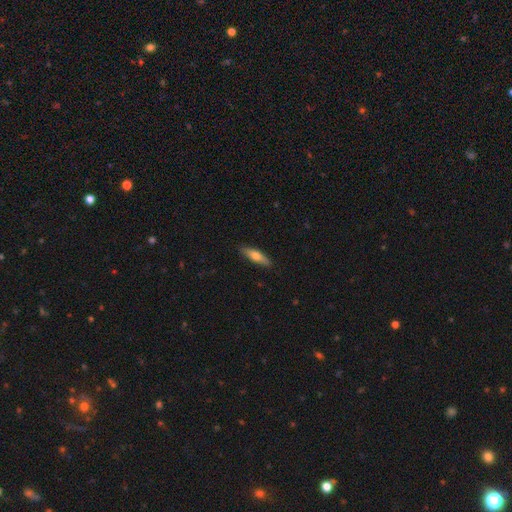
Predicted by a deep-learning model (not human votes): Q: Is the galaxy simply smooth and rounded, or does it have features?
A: smooth — 62%.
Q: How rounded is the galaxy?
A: cigar-shaped — 65%.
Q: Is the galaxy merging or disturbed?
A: none — 89%.